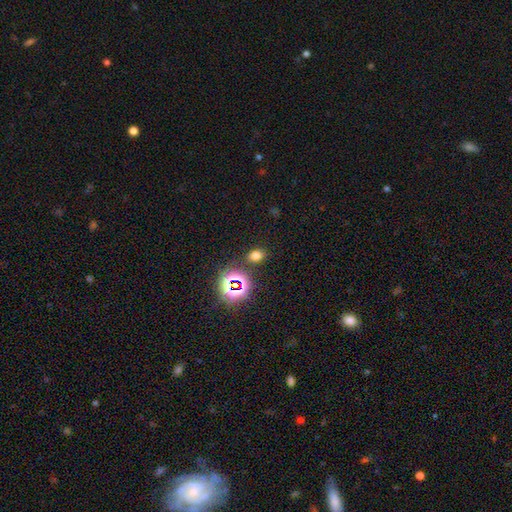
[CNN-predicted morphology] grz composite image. It shows a smooth galaxy with no disk features (67%) that is in between round and cigar-shaped (66%). Merging: none (83%).